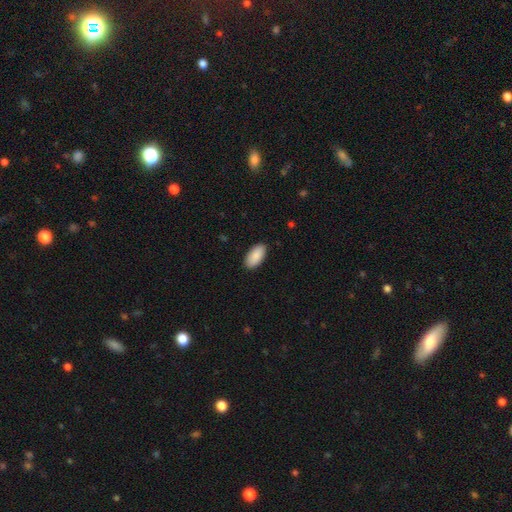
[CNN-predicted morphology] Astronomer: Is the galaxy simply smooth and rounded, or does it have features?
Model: smooth — 90%.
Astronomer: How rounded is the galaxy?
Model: in between — 95%.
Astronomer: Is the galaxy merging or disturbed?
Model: none — 89%.